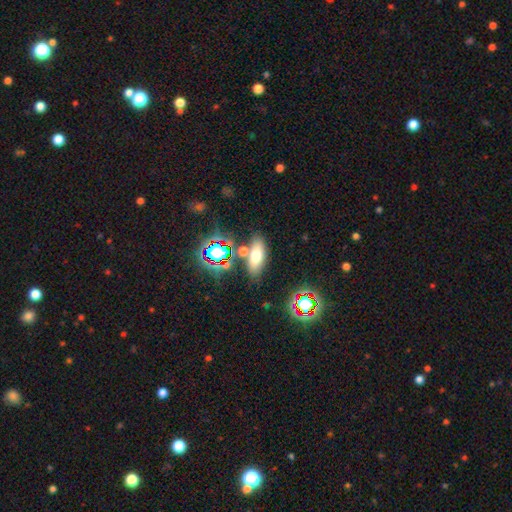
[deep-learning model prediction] Overall: smooth (62%). How rounded: in between (74%). Merging: none (72%).